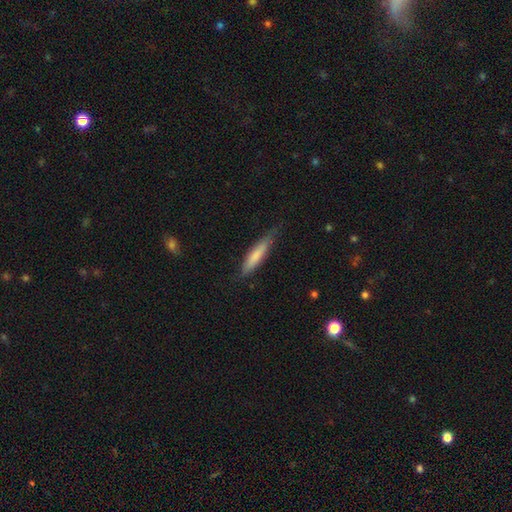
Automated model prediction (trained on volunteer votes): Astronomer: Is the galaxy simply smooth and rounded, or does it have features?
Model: smooth — 72%.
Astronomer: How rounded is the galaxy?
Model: cigar-shaped — 83%.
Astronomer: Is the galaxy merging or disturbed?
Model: none — 71%.